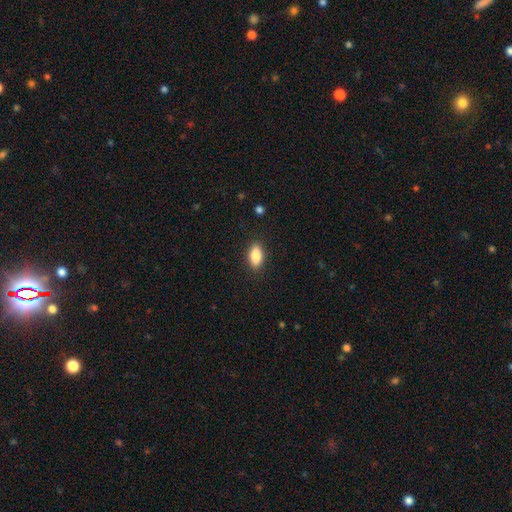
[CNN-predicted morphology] Smooth or featured? Predicted: smooth (p=0.87). How rounded? Predicted: in between (p=0.88). Merging? Predicted: none (p=0.88).